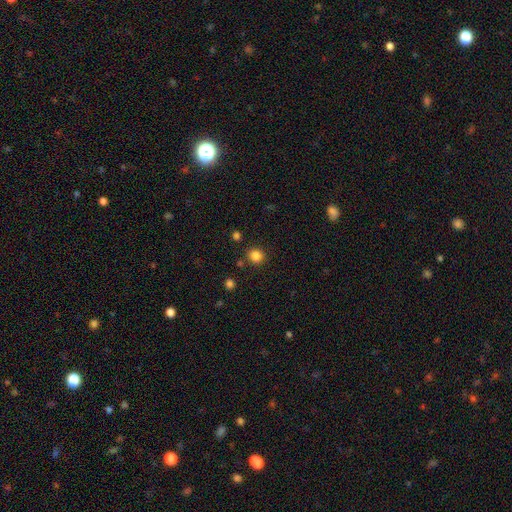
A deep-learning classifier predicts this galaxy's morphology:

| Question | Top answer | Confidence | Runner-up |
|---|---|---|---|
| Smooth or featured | smooth | 84% | star or artifact (12%) |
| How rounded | round | 87% | in between (13%) |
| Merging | none | 87% | minor disturbance (7%) |